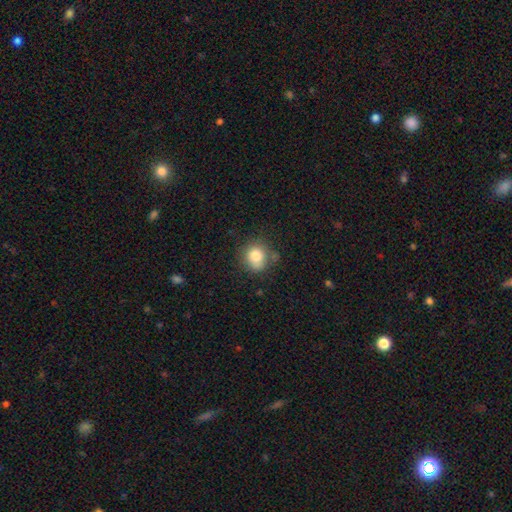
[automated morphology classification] Smooth or featured? smooth (80%)
How rounded? round (83%)
Merging? none (70%)